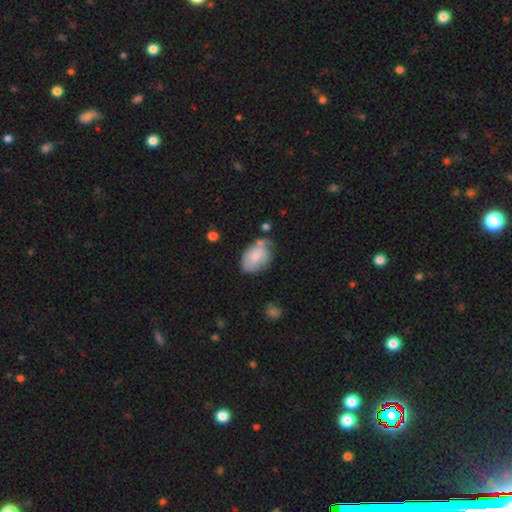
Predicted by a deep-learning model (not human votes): Smooth or featured? smooth (65%)
How rounded? in between (82%)
Merging? none (45%)